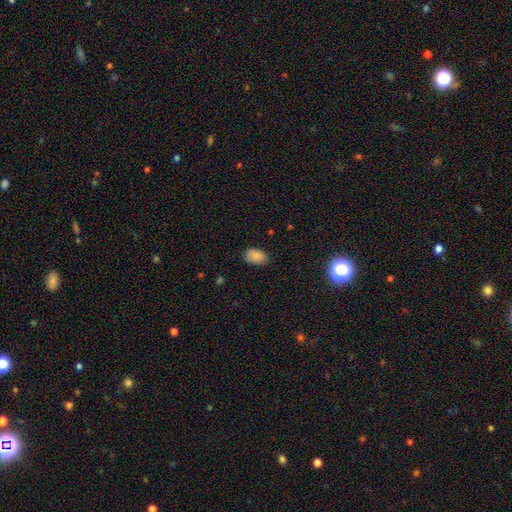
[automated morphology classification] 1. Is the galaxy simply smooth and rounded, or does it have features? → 87% smooth, 9% star or artifact, 4% featured or disk.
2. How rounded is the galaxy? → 90% in between, 9% round, 1% cigar-shaped.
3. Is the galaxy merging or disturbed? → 80% none, 16% minor disturbance, 3% major disturbance, 1% merger.